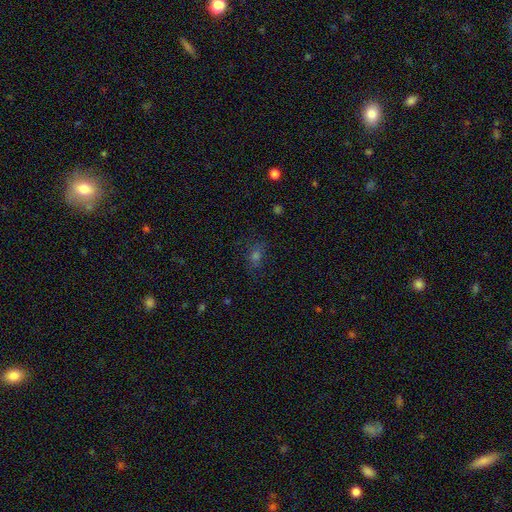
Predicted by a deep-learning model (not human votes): smooth-or-featured: smooth: 52% | star or artifact: 34% | featured or disk: 13%
  how-rounded: in between: 55% | round: 41% | cigar-shaped: 4%
  merging: none: 77% | minor disturbance: 15% | major disturbance: 6% | merger: 2%